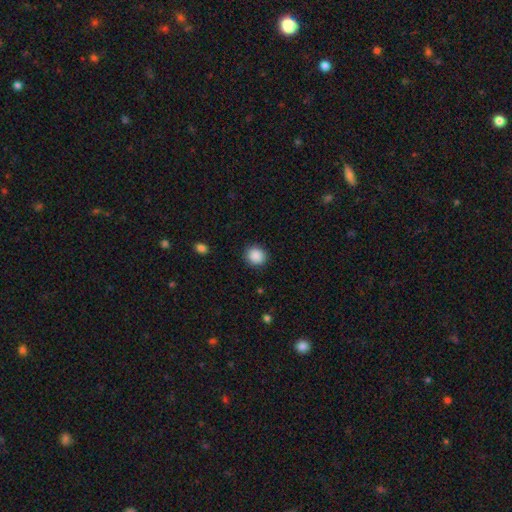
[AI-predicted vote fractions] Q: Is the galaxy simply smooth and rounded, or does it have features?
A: smooth — 89%.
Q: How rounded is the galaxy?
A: round — 86%.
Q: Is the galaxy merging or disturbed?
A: none — 90%.